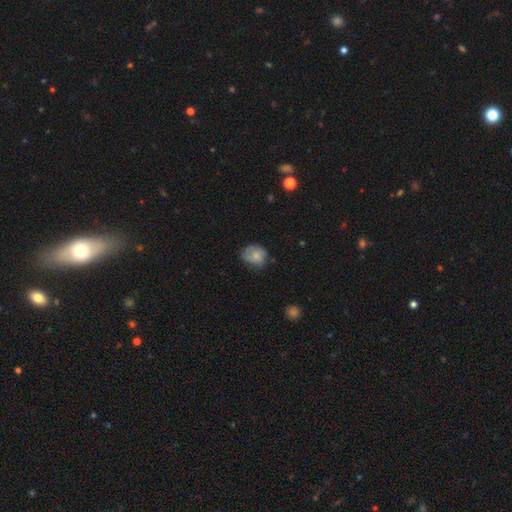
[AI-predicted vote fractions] smooth_or_featured: smooth (p=0.69) [alt: featured or disk p=0.22]
how_rounded: round (p=0.58) [alt: in between p=0.41]
merging: none (p=0.53) [alt: minor disturbance p=0.34]